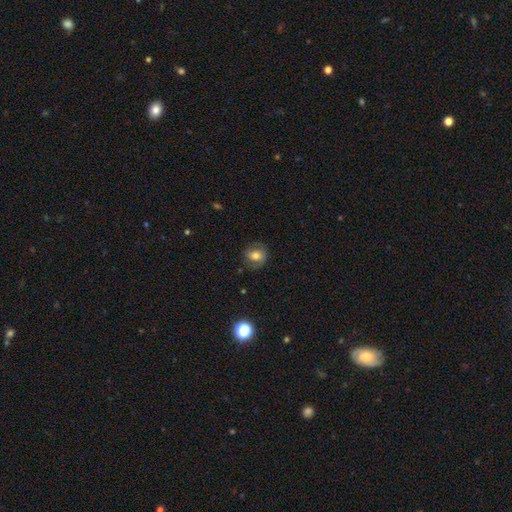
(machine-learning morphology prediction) The model was most divided on "how rounded": round: 64%, in between: 35%, cigar-shaped: 1%. More confident: merging — none (73%); smooth or featured — smooth (63%).